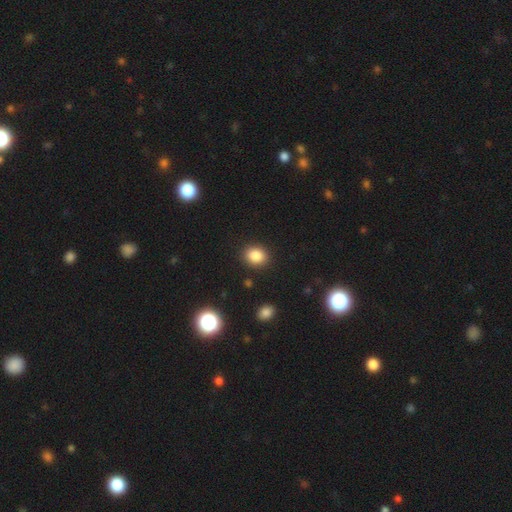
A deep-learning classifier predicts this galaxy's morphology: smooth-or-featured: smooth: 86% | star or artifact: 10% | featured or disk: 4%
  how-rounded: round: 57% | in between: 42% | cigar-shaped: 1%
  merging: none: 88% | minor disturbance: 8% | major disturbance: 2% | merger: 2%